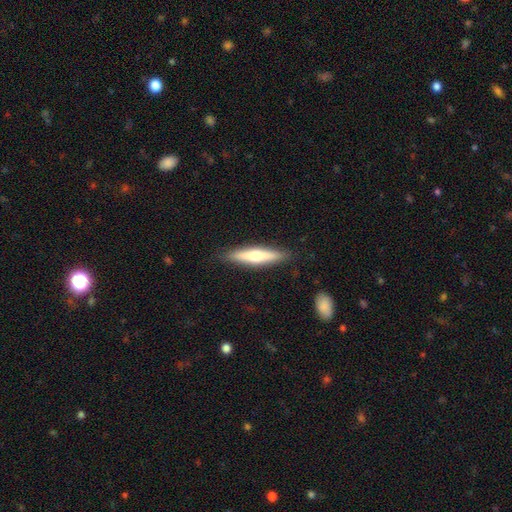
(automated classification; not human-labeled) Q: Smooth or featured?
A: smooth (48%); runner-up: featured or disk (46%)
Q: Merging?
A: none (89%); runner-up: minor disturbance (8%)